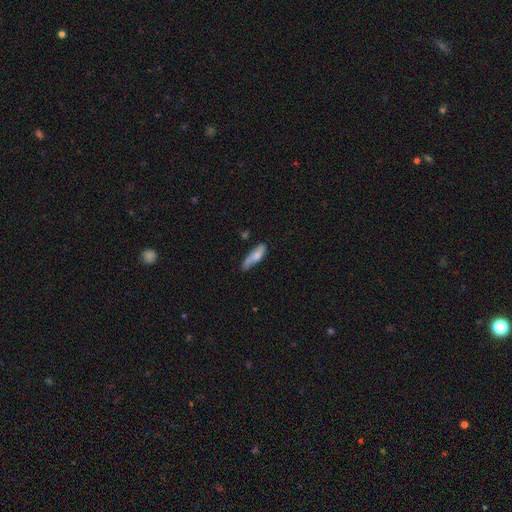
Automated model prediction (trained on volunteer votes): Smooth or featured?
  - smooth: 71% *
  - featured or disk: 23%
  - star or artifact: 6%
How rounded?
  - cigar-shaped: 55% *
  - in between: 43%
  - round: 2%
Merging?
  - none: 53% *
  - minor disturbance: 33%
  - major disturbance: 9%
  - merger: 4%